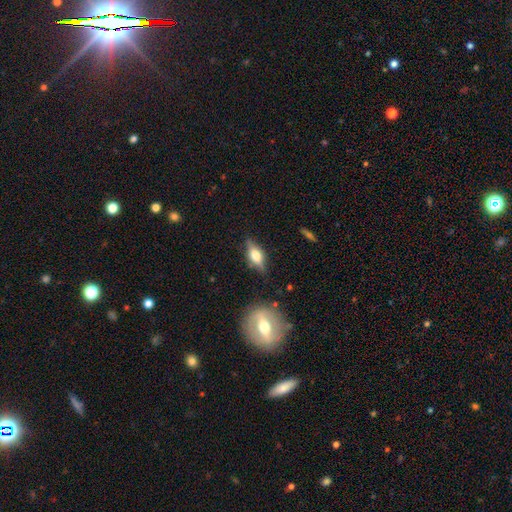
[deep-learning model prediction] Smooth or featured: featured or disk — 54% (smooth — 38%)
Edge-on disk: yes — 90% (no — 10%)
Merging: none — 78% (minor disturbance — 15%)